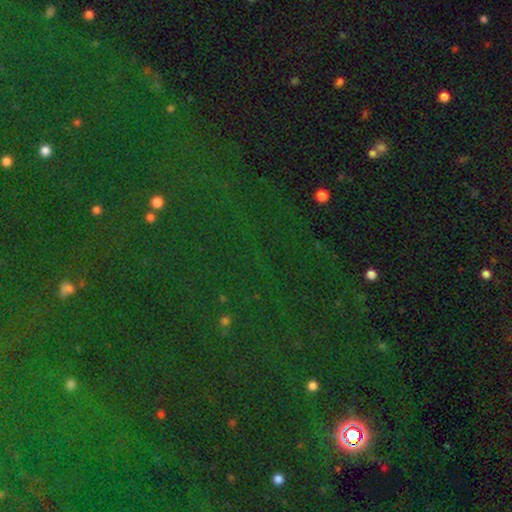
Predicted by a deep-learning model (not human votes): The model was most divided on "smooth or featured": star or artifact: 80%, smooth: 12%, featured or disk: 8%.